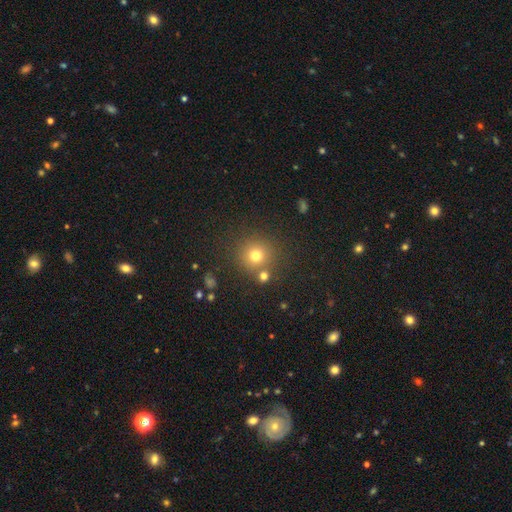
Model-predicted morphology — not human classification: smooth 59%, star or artifact 33%, featured or disk 9%. Down the decision tree: how rounded — round (93%); merging — none (83%).